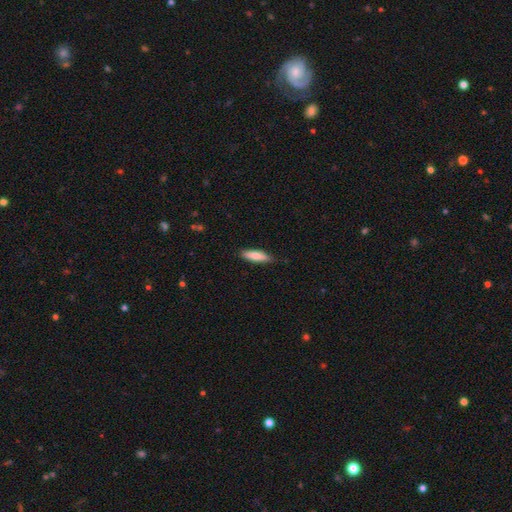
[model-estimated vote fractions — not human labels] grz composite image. It shows a smooth galaxy with no disk features (79%) that is cigar-shaped (58%). Merging: none (85%).